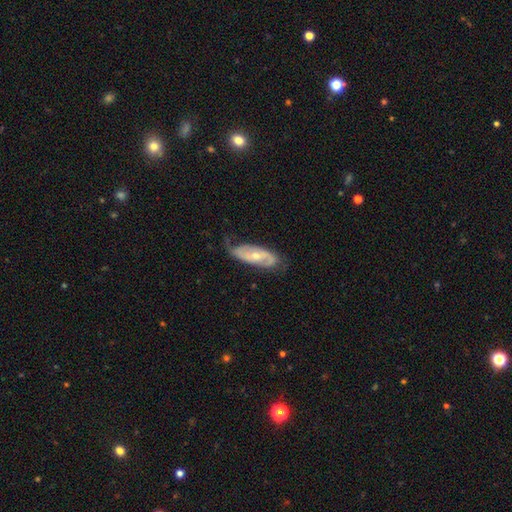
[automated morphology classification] Smooth or featured: featured or disk — 73% (smooth — 22%)
Edge-on disk: no — 87% (yes — 13%)
Bar: no — 51% (weak — 31%)
Spiral arms: yes — 84% (no — 16%)
Spiral winding: medium — 40% (tight — 31%)
Spiral arm count: 2 — 78% (can't tell — 15%)
Bulge size: moderate — 48% (tied with small — 48%)
Merging: none — 63% (minor disturbance — 26%)